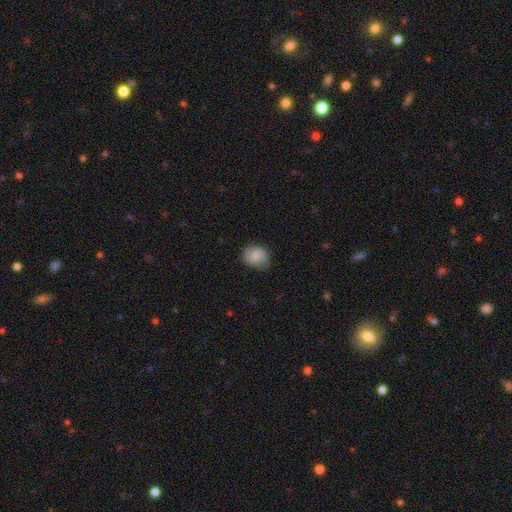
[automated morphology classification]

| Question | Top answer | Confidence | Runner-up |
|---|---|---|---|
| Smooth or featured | smooth | 75% | featured or disk (17%) |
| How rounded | round | 65% | in between (34%) |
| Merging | none | 60% | minor disturbance (30%) |